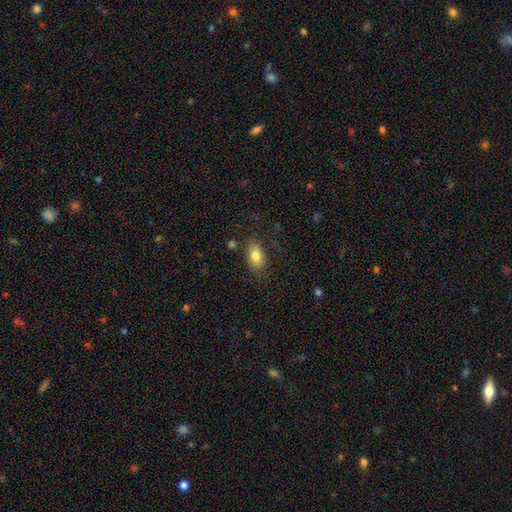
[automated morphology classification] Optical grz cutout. It shows a smooth galaxy with no disk features (82%) that is in between round and cigar-shaped (90%). Merging: none (79%).